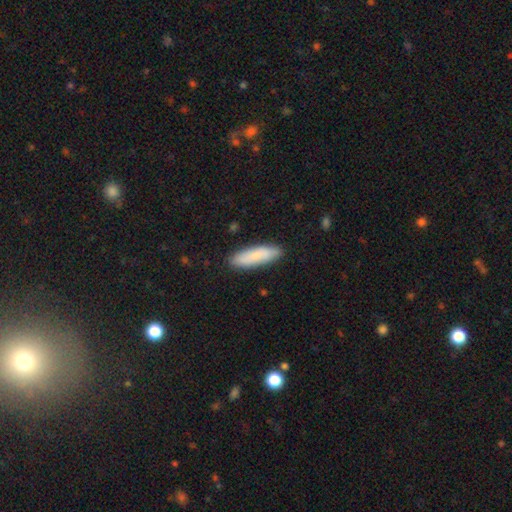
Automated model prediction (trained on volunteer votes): smooth-or-featured: smooth: 78% | featured or disk: 16% | star or artifact: 6%
  how-rounded: cigar-shaped: 60% | in between: 38% | round: 2%
  merging: none: 88% | minor disturbance: 9% | major disturbance: 2% | merger: 1%